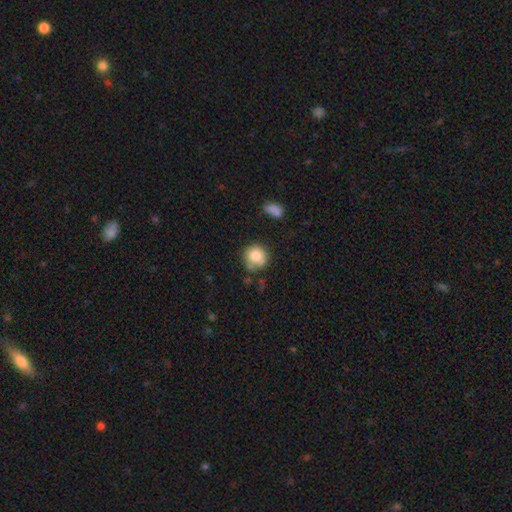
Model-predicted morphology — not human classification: The model was most divided on "merging": none: 64%, minor disturbance: 22%, merger: 8%, major disturbance: 7%. More confident: how rounded — round (88%); smooth or featured — smooth (81%).